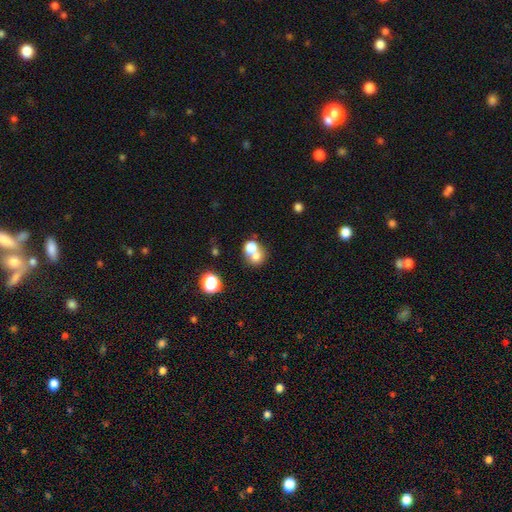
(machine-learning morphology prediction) type=smooth (70%); roundness=round (73%); merging=merger (57%).